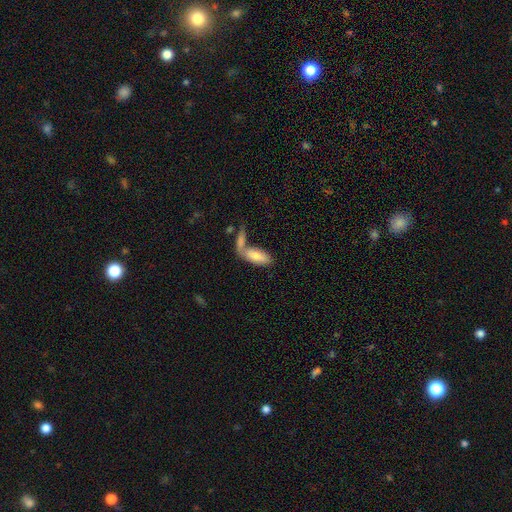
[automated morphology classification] smooth-or-featured: smooth: 74% | featured or disk: 20% | star or artifact: 6%
  how-rounded: in between: 81% | cigar-shaped: 17% | round: 2%
  merging: merger: 50% | none: 34% | minor disturbance: 11% | major disturbance: 5%